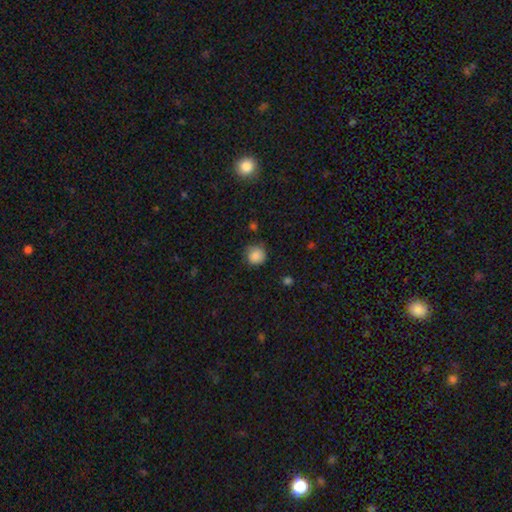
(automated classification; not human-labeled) Q: Smooth or featured?
A: smooth (86%); runner-up: star or artifact (9%)
Q: How rounded?
A: round (90%); runner-up: in between (9%)
Q: Merging?
A: none (74%); runner-up: minor disturbance (20%)